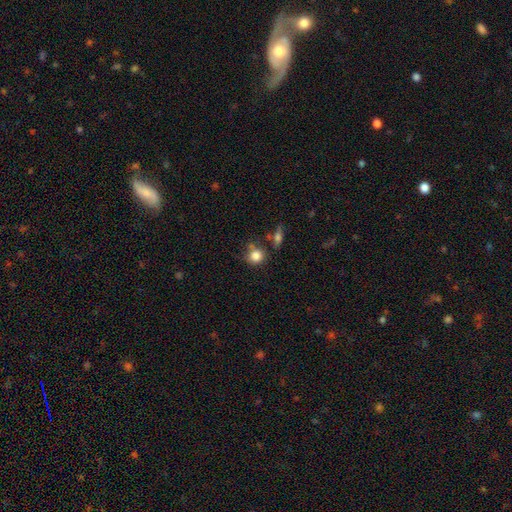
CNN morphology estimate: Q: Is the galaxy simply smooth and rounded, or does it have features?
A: smooth — 83%.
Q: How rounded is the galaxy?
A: round — 84%.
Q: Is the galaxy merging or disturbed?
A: none — 67%.